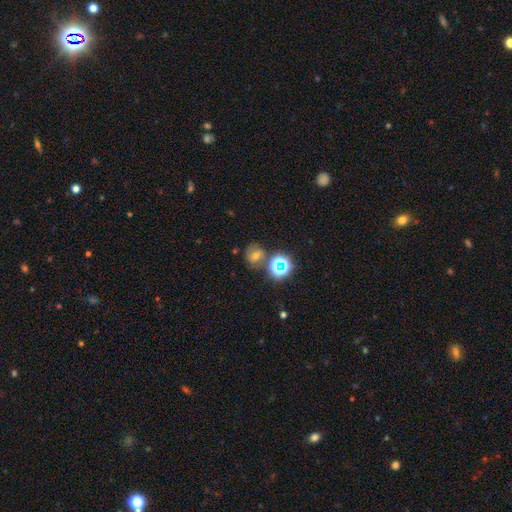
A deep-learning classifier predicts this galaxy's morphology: Smooth or featured: smooth — 47% (star or artifact — 30%)
Merging: none — 65% (minor disturbance — 15%)